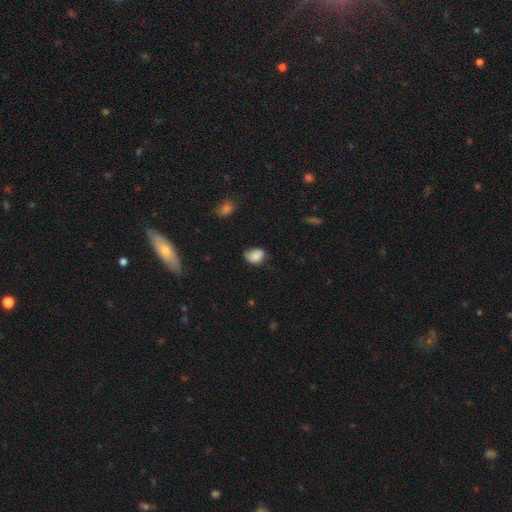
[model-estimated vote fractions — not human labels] This is clearly a smooth galaxy (84%). How rounded: possibly in between (58%). Merging: possibly none (55%).